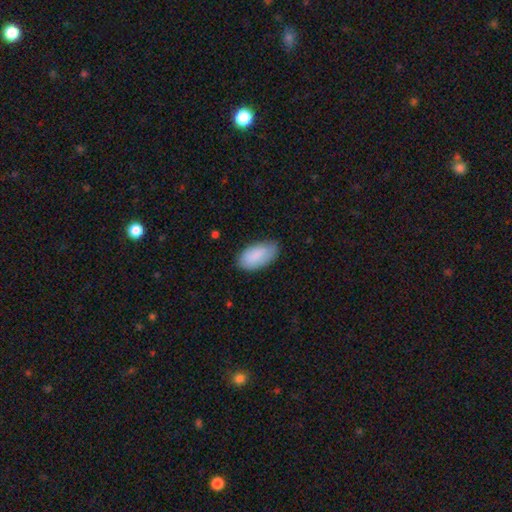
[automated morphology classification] smooth_or_featured: smooth (p=0.87) [alt: featured or disk p=0.08]
how_rounded: in between (p=0.95) [alt: cigar-shaped p=0.02]
merging: none (p=0.74) [alt: minor disturbance p=0.21]